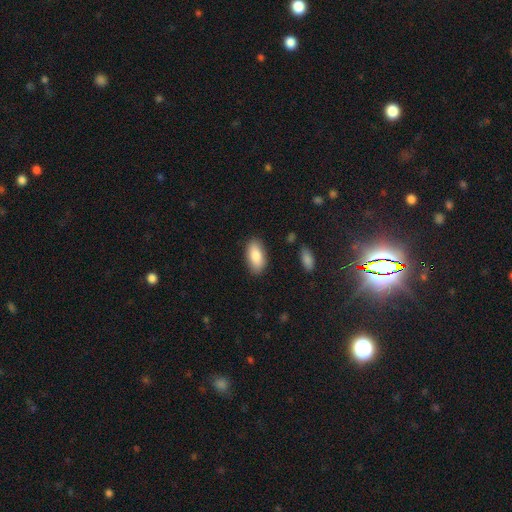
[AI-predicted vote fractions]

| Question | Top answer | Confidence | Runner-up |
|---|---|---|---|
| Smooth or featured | smooth | 85% | featured or disk (9%) |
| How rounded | in between | 90% | cigar-shaped (7%) |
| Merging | none | 85% | minor disturbance (11%) |